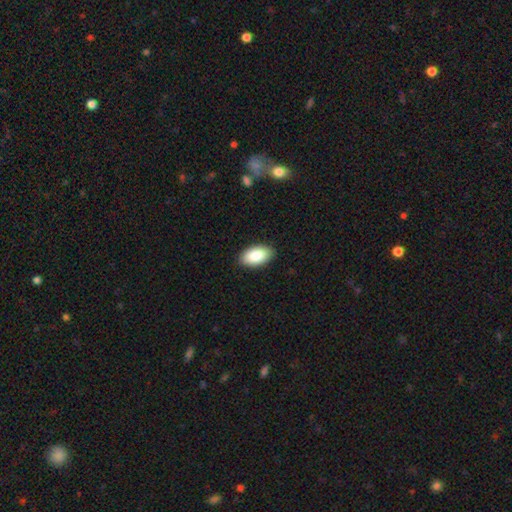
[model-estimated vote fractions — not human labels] Smooth or featured?
  - smooth: 89% *
  - star or artifact: 6%
  - featured or disk: 5%
How rounded?
  - in between: 95% *
  - round: 3%
  - cigar-shaped: 2%
Merging?
  - none: 89% *
  - minor disturbance: 8%
  - major disturbance: 2%
  - merger: 1%